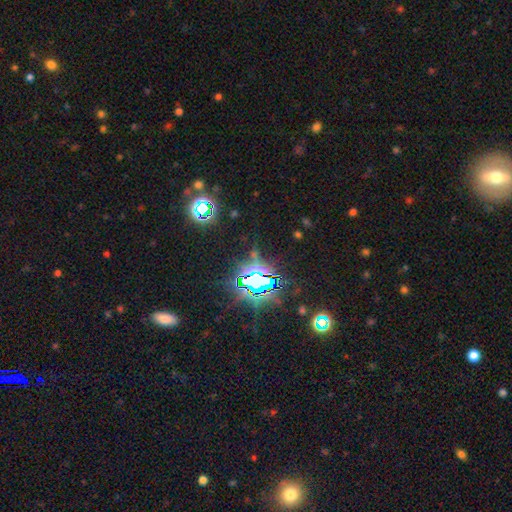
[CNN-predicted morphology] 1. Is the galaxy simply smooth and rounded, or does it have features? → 81% star or artifact, 12% smooth, 7% featured or disk.